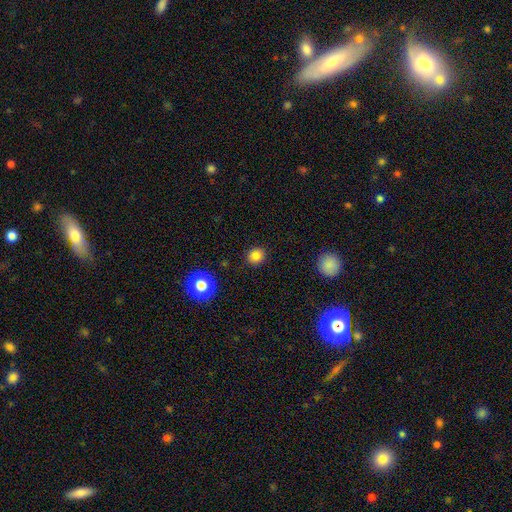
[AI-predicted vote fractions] smooth 83%, star or artifact 13%, featured or disk 5%. Down the decision tree: how rounded — round (83%); merging — none (90%).